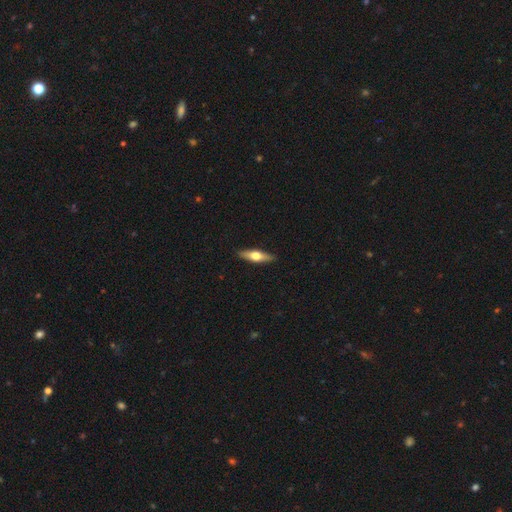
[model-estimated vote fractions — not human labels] smooth_or_featured: featured or disk (p=0.51) [alt: smooth p=0.44]
disk_edge_on: yes (p=0.92) [alt: no p=0.08]
merging: none (p=0.90) [alt: minor disturbance p=0.07]